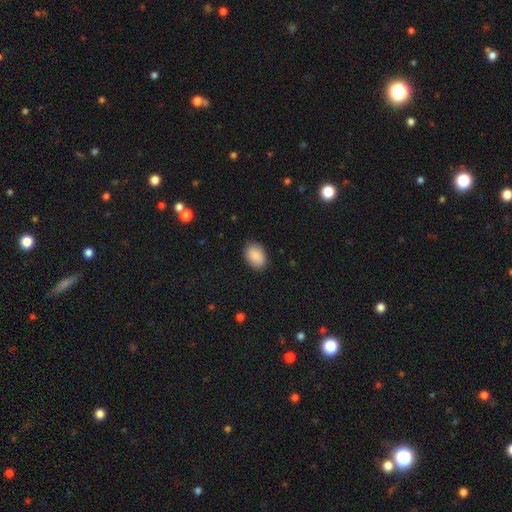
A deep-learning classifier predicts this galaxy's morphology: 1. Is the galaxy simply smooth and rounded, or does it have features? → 90% smooth, 7% star or artifact, 3% featured or disk.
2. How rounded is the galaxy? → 85% in between, 14% round, 1% cigar-shaped.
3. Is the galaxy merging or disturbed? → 87% none, 10% minor disturbance, 2% major disturbance, 1% merger.